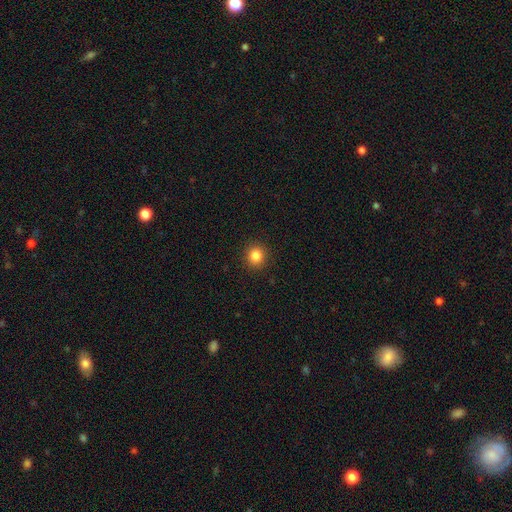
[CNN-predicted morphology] Q: Smooth or featured?
A: smooth (84%); runner-up: star or artifact (11%)
Q: How rounded?
A: round (90%); runner-up: in between (9%)
Q: Merging?
A: none (92%); runner-up: minor disturbance (5%)